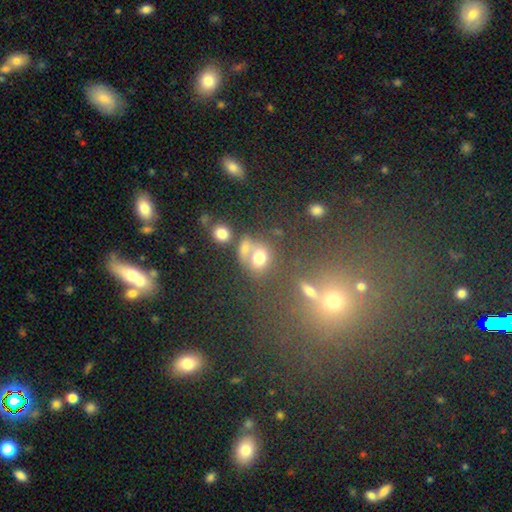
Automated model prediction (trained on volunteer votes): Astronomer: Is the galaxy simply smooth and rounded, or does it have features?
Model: smooth — 57%.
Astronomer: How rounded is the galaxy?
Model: round — 65%.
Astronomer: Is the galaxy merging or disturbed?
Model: none — 53% (runner-up: merger, 30%).